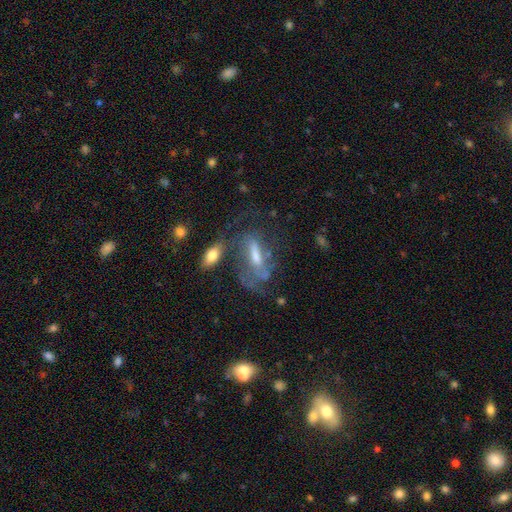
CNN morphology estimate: Smooth or featured? Predicted: featured or disk (p=0.60). Edge-on disk? Predicted: no (p=0.78). Merging? Predicted: none (p=0.40).